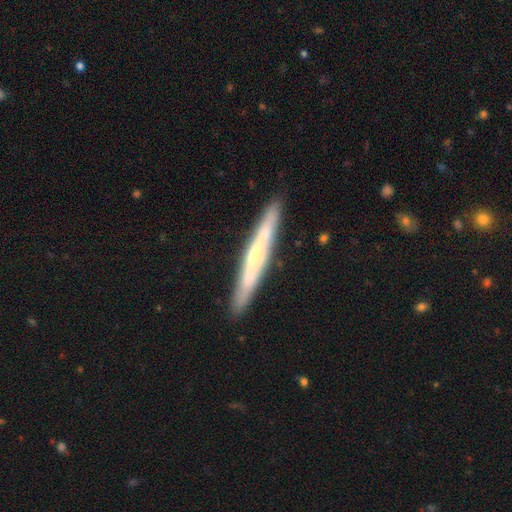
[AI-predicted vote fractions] Smooth or featured? featured or disk (61%)
Edge-on disk? yes (92%)
Edge-on bulge? rounded (52%)
Merging? none (90%)